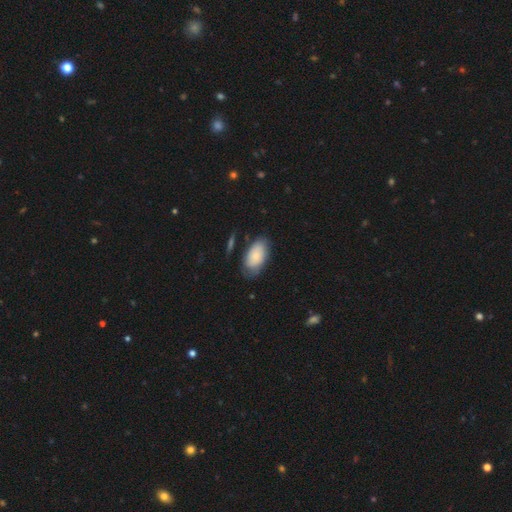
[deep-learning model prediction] Smooth or featured? Predicted: smooth (p=0.77). How rounded? Predicted: in between (p=0.94). Merging? Predicted: none (p=0.66).